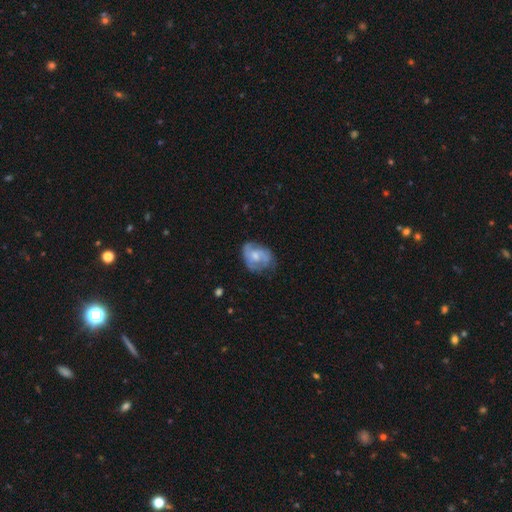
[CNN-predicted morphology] Q: Smooth or featured?
A: featured or disk (60%); runner-up: smooth (33%)
Q: Edge-on disk?
A: no (97%); runner-up: yes (3%)
Q: Bar?
A: no (67%); runner-up: weak (28%)
Q: Spiral arms?
A: yes (69%); runner-up: no (31%)
Q: Bulge size?
A: moderate (48%); runner-up: small (34%)
Q: Merging?
A: none (52%); runner-up: minor disturbance (29%)